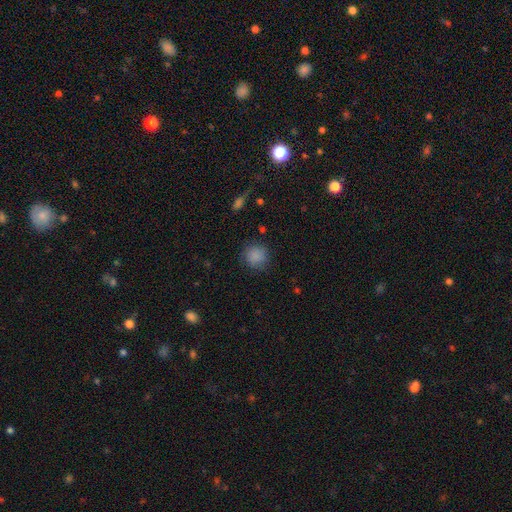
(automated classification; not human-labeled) Q: Smooth or featured?
A: smooth (86%); runner-up: star or artifact (10%)
Q: How rounded?
A: round (91%); runner-up: in between (8%)
Q: Merging?
A: none (85%); runner-up: minor disturbance (10%)